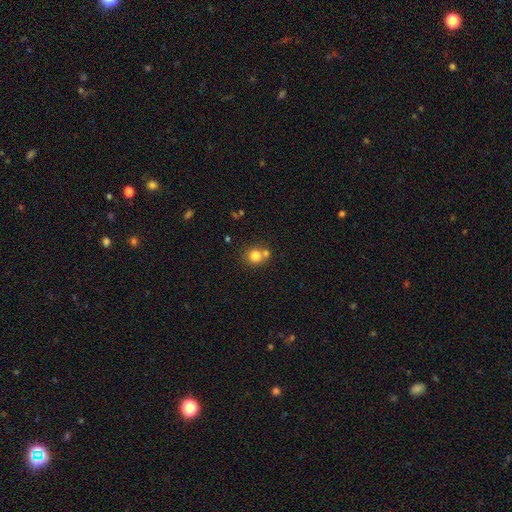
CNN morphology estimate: This appears to be a smooth galaxy with no disk features (79%) that is round (86%). Merging: none (55%).